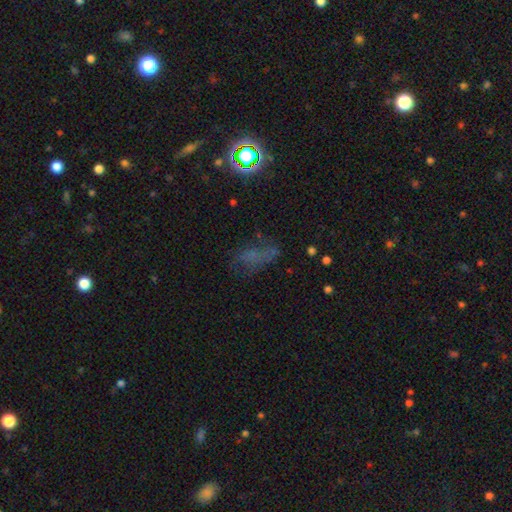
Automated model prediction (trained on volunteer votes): This appears to be a smooth galaxy with no disk features (39%). Merging: none (51%).